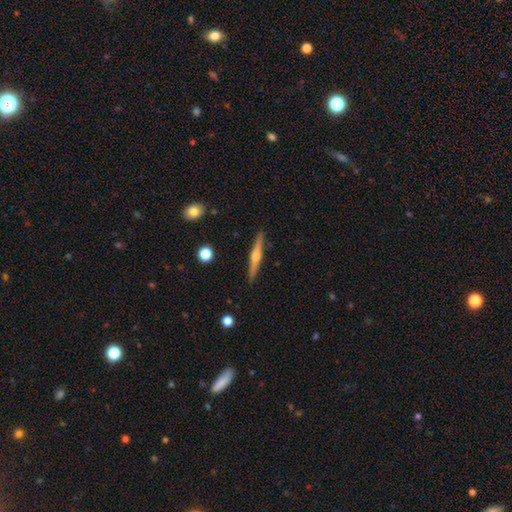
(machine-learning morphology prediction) Smooth or featured? Predicted: featured or disk (p=0.70). Edge-on disk? Predicted: yes (p=0.98). Edge-on bulge? Predicted: rounded (p=0.83). Merging? Predicted: none (p=0.91).